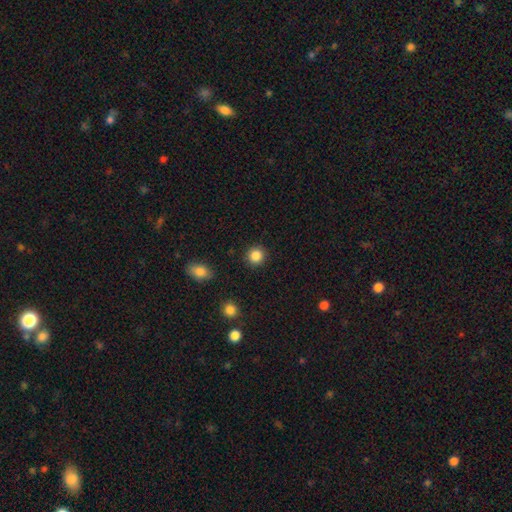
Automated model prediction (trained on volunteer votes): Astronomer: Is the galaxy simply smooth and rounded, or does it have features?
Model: smooth — 86%.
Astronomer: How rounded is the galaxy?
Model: round — 92%.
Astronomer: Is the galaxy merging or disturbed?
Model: none — 91%.